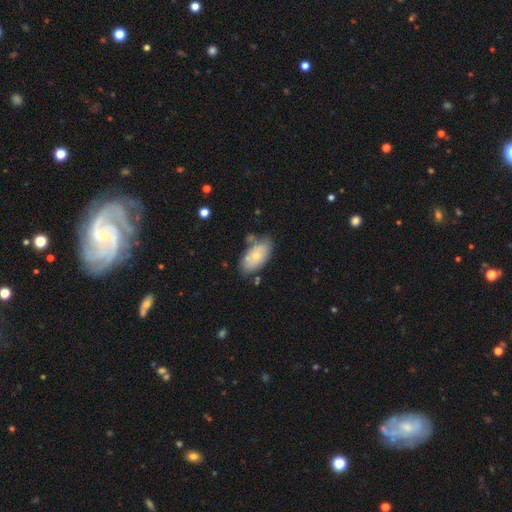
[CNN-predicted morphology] smooth 64%, featured or disk 29%, star or artifact 6%. Down the decision tree: how rounded — in between (93%); merging — none (65%).